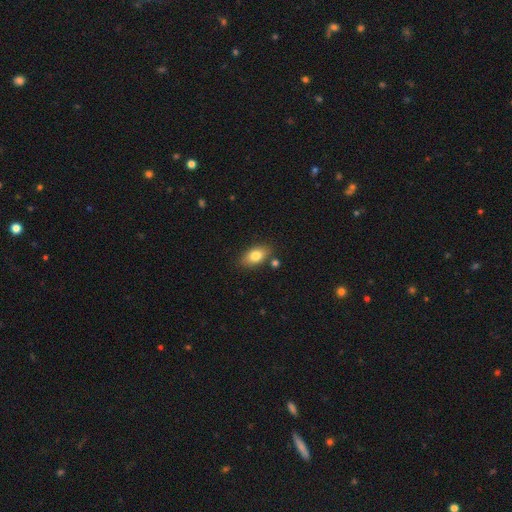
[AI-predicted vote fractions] smooth-or-featured: smooth: 80% | featured or disk: 13% | star or artifact: 8%
  how-rounded: in between: 88% | round: 8% | cigar-shaped: 4%
  merging: none: 80% | minor disturbance: 12% | merger: 6% | major disturbance: 3%